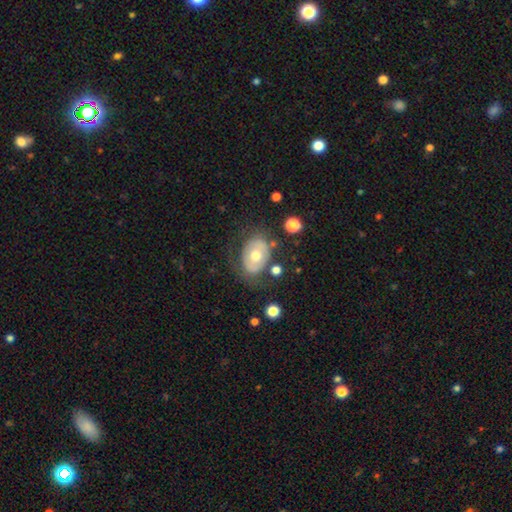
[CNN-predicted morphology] Smooth or featured: smooth — 51% (featured or disk — 42%)
How rounded: in between — 72% (round — 27%)
Merging: none — 65% (minor disturbance — 20%)